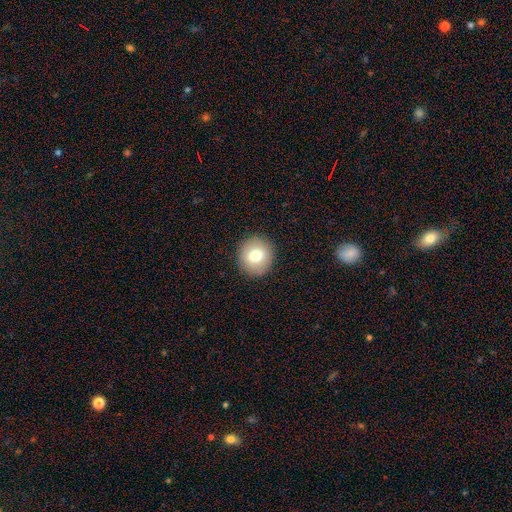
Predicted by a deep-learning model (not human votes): Smooth or featured? smooth (75%)
How rounded? round (88%)
Merging? none (91%)